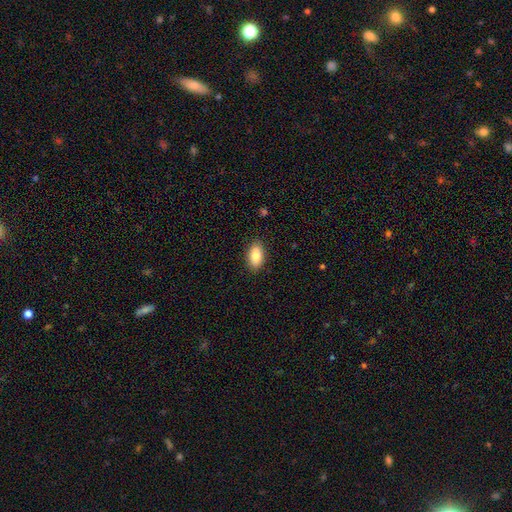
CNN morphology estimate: The model was most divided on "smooth or featured": smooth: 85%, featured or disk: 8%, star or artifact: 7%. More confident: how rounded — in between (93%); merging — none (88%).